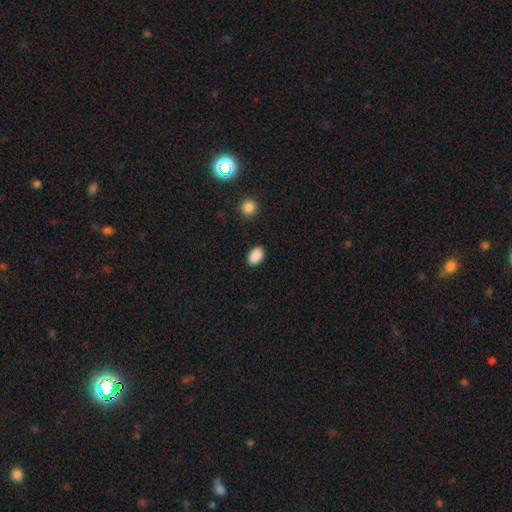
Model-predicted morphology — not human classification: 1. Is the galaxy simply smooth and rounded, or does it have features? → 90% smooth, 8% star or artifact, 3% featured or disk.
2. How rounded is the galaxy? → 86% in between, 13% round, 1% cigar-shaped.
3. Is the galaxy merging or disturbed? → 89% none, 8% minor disturbance, 2% major disturbance, 1% merger.